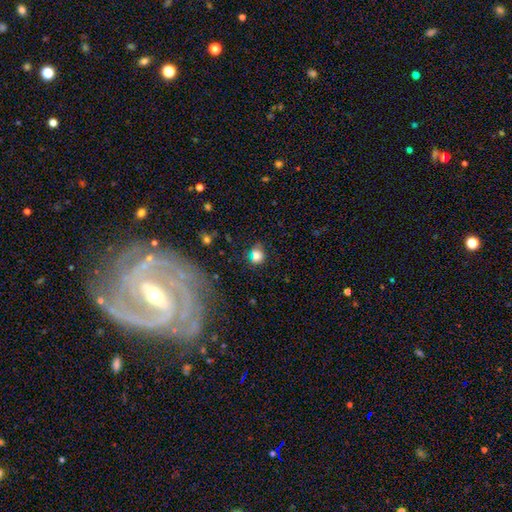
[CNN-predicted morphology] This is likely a smooth galaxy (77%). How rounded: likely round (61%). Merging: possibly none (59%).